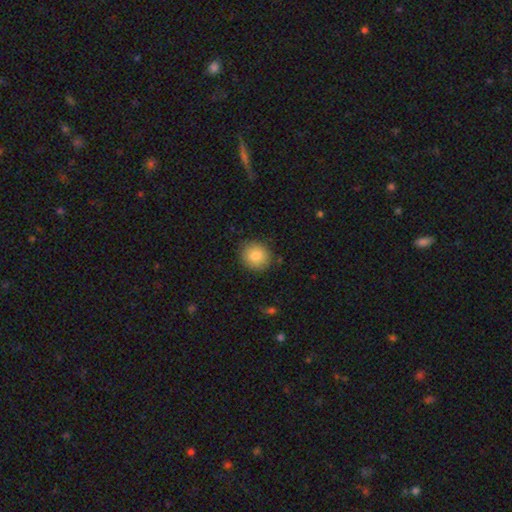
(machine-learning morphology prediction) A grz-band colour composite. It shows a smooth galaxy with no disk features (85%) that is round (85%). Merging: none (87%).